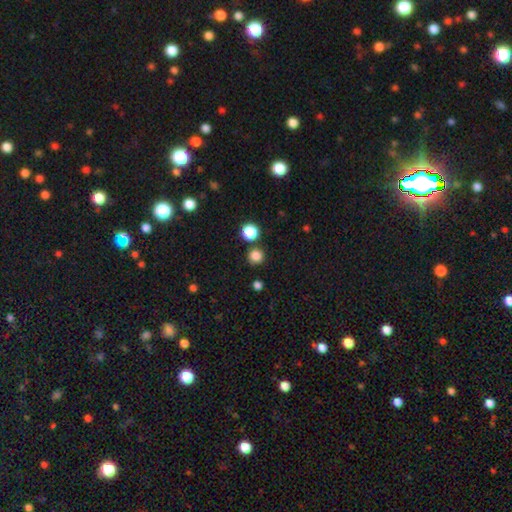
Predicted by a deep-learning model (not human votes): Smooth or featured? smooth (83%)
How rounded? round (94%)
Merging? none (85%)